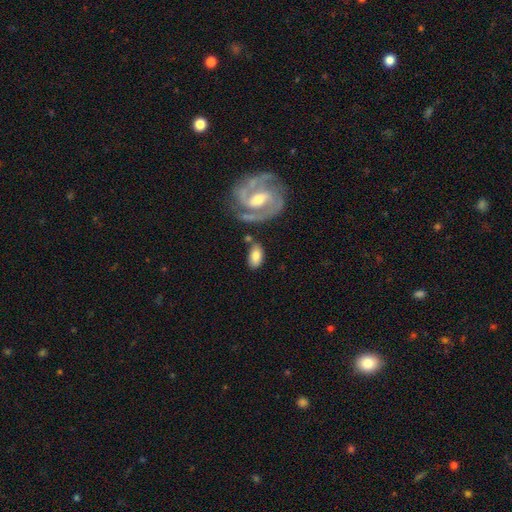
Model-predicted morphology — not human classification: The model was most divided on "smooth or featured": smooth: 68%, featured or disk: 25%, star or artifact: 6%. More confident: how rounded — in between (91%); merging — none (68%).